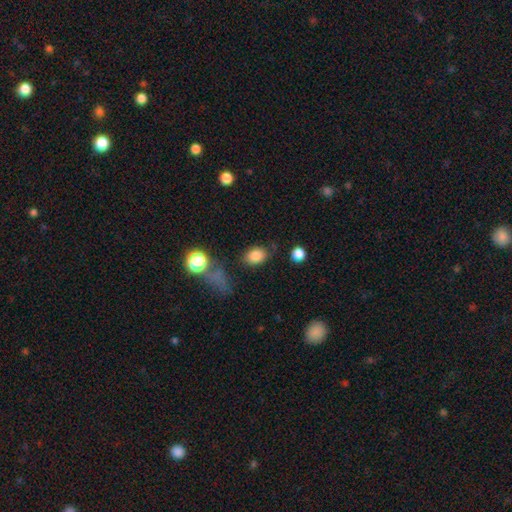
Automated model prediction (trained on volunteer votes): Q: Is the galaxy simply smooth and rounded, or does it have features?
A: smooth — 83%.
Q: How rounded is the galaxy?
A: in between — 75%.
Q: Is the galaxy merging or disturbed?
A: none — 73%.